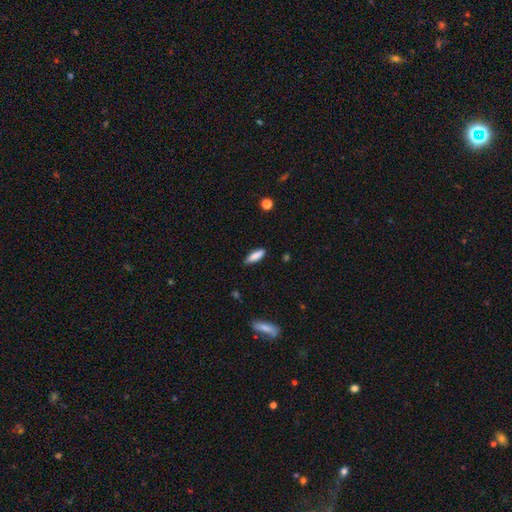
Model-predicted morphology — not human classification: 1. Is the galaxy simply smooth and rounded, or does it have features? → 83% smooth, 11% featured or disk, 6% star or artifact.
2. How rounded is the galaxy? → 54% cigar-shaped, 44% in between, 2% round.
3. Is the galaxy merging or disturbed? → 83% none, 13% minor disturbance, 2% major disturbance, 1% merger.